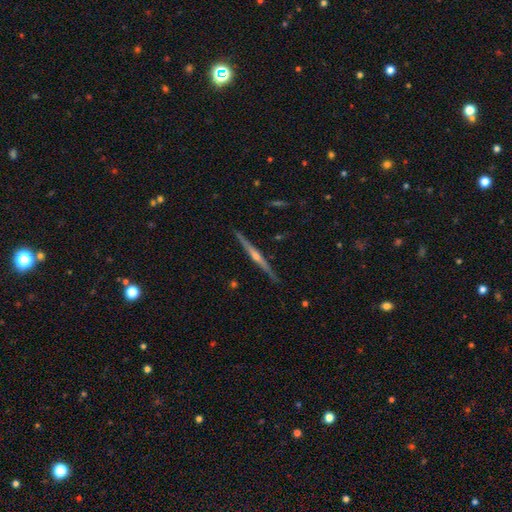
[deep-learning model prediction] featured or disk 81%, smooth 13%, star or artifact 5%. Down the decision tree: edge-on disk — yes (98%); edge-on bulge — rounded (82%); merging — none (91%).